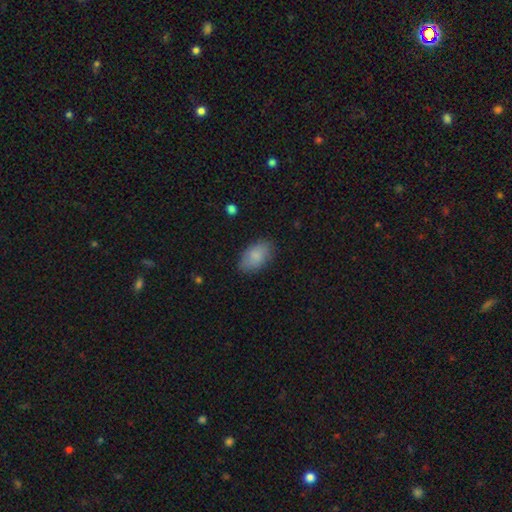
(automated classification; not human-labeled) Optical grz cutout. It shows a smooth galaxy with no disk features (84%) that is in between round and cigar-shaped (93%). Merging: none (82%).